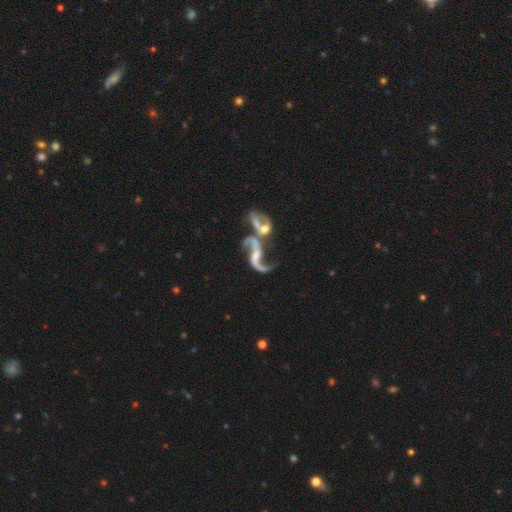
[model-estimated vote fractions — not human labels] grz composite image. It shows a featured or disk galaxy (86%) with no bar (40%, tied with weak), 2 (86%) loose (88%) spiral arms (92%) and a small central bulge (39%). Merging: merger (57%).